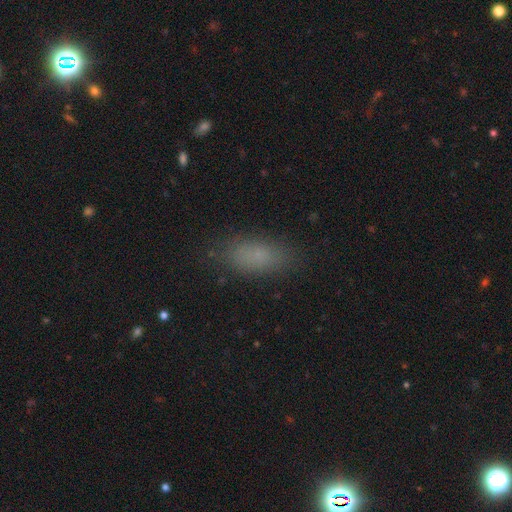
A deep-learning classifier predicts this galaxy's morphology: Smooth or featured? Predicted: smooth (p=0.78). How rounded? Predicted: in between (p=0.79). Merging? Predicted: none (p=0.82).